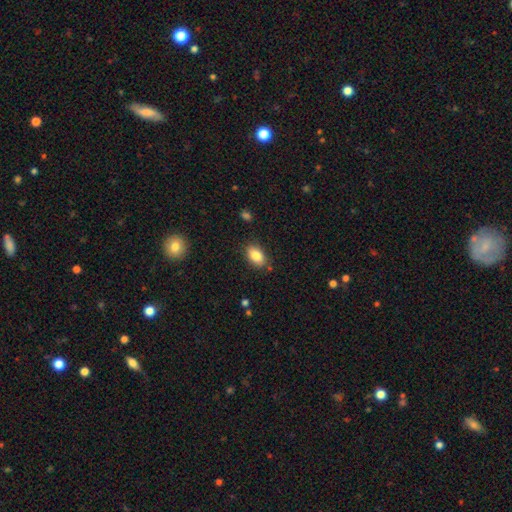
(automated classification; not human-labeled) The model was most divided on "merging": none: 83%, minor disturbance: 12%, major disturbance: 3%, merger: 2%. More confident: how rounded — in between (88%); smooth or featured — smooth (84%).